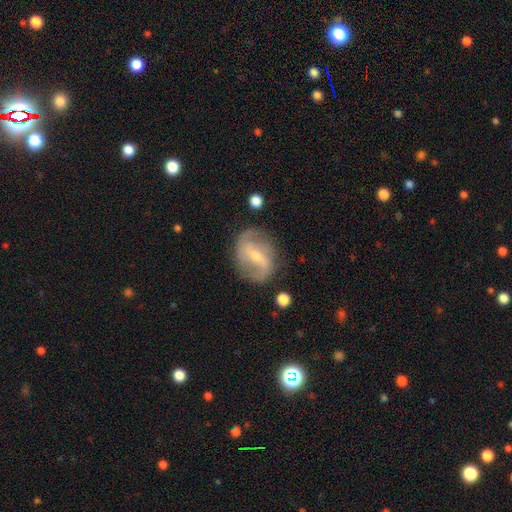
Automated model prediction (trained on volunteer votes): The model was most divided on "bar" (2-way tie): strong: 41%, weak: 41%, no: 18%. Remaining: edge-on disk — no (96%); spiral arms — yes (90%); spiral arm count — 2 (87%); smooth or featured — featured or disk (81%); merging — none (77%); bulge size — small (59%); spiral winding — loose (42%).